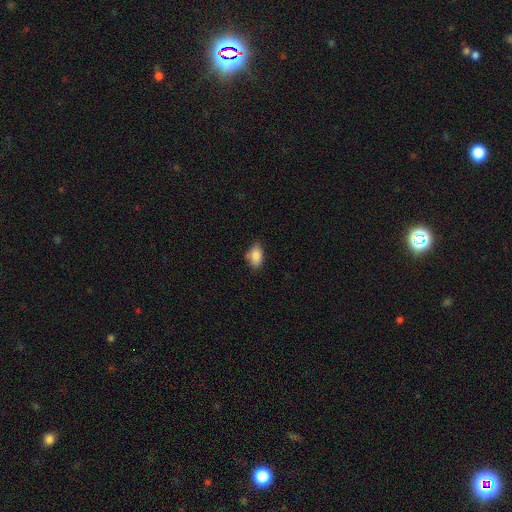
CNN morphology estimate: Q: Smooth or featured?
A: smooth (86%); runner-up: star or artifact (8%)
Q: How rounded?
A: in between (90%); runner-up: round (8%)
Q: Merging?
A: none (70%); runner-up: minor disturbance (23%)